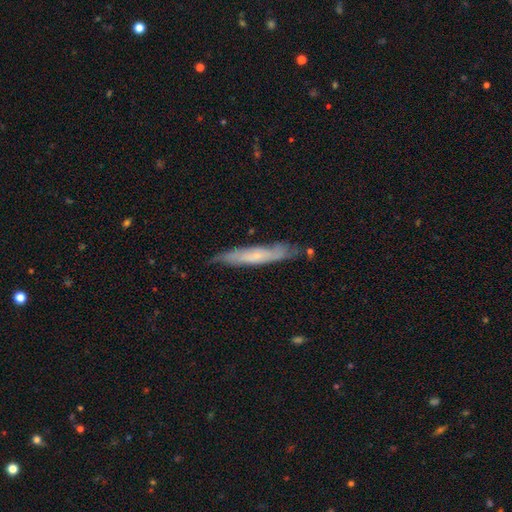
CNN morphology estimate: This appears to be a featured or disk galaxy (52%) viewed edge-on (65%). Merging: none (78%).